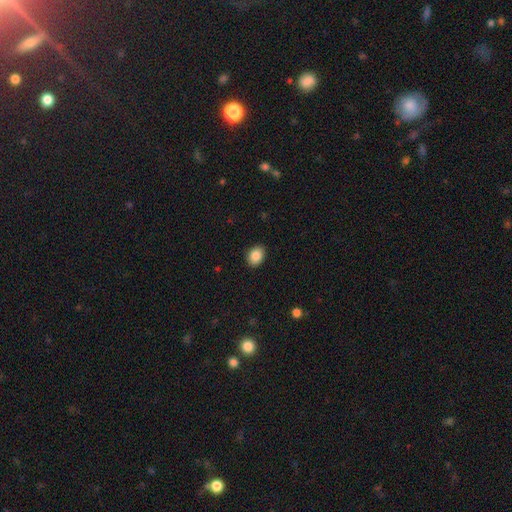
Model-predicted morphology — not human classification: Smooth or featured?
  - smooth: 87% *
  - star or artifact: 8%
  - featured or disk: 4%
How rounded?
  - in between: 64% *
  - round: 35%
  - cigar-shaped: 1%
Merging?
  - none: 90% *
  - minor disturbance: 8%
  - major disturbance: 2%
  - merger: 1%